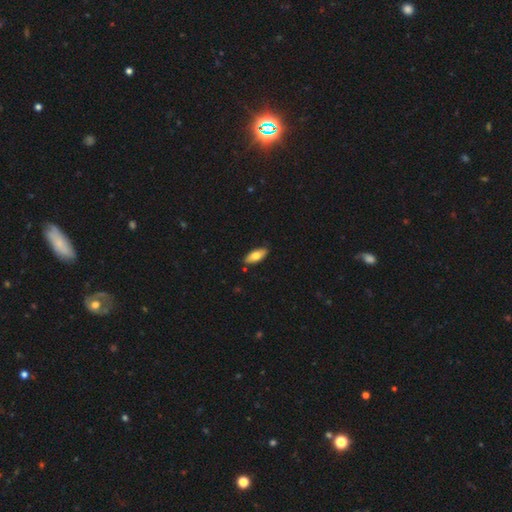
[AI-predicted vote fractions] Smooth or featured? smooth (76%)
How rounded? in between (82%)
Merging? none (87%)